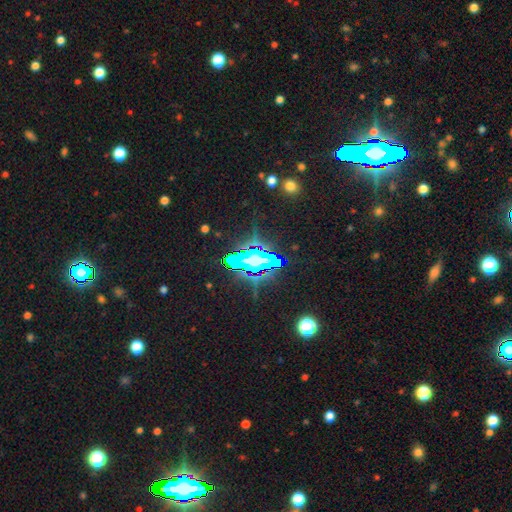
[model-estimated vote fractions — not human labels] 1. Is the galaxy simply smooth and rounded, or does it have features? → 64% star or artifact, 19% smooth, 17% featured or disk.